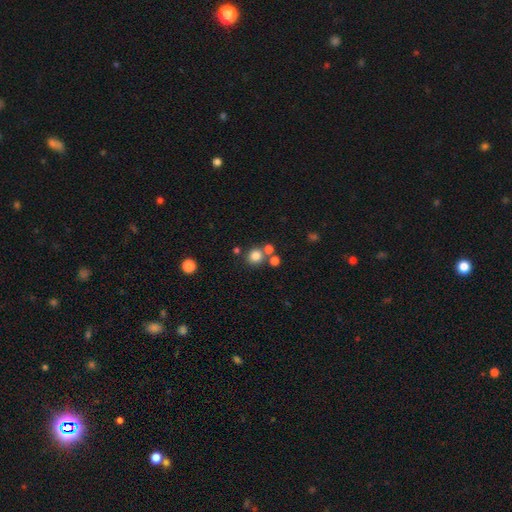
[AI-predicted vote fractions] Smooth or featured? smooth (80%)
How rounded? round (88%)
Merging? none (70%)